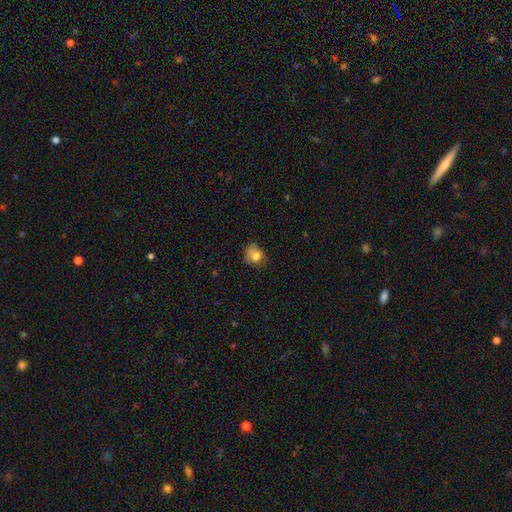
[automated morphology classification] Overall: smooth (75%). How rounded: round (58%; in between 41%). Merging: none (46%; minor disturbance 34%).